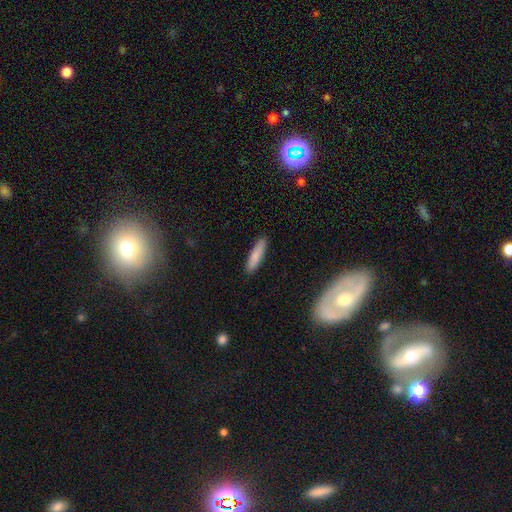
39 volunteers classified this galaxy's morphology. smooth_or_featured: smooth (p=0.79) [alt: featured or disk p=0.18]
how_rounded: cigar-shaped (p=0.87) [alt: in between p=0.13]
merging: none (p=0.76) [alt: minor disturbance p=0.16]